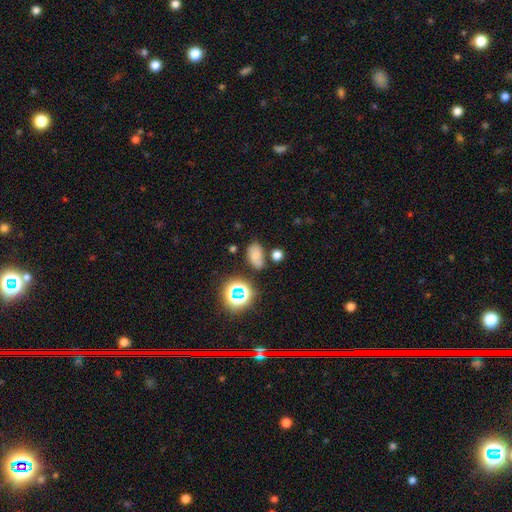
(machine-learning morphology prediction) Overall: smooth (62%). How rounded: in between (85%). Merging: none (56%; minor disturbance 23%).